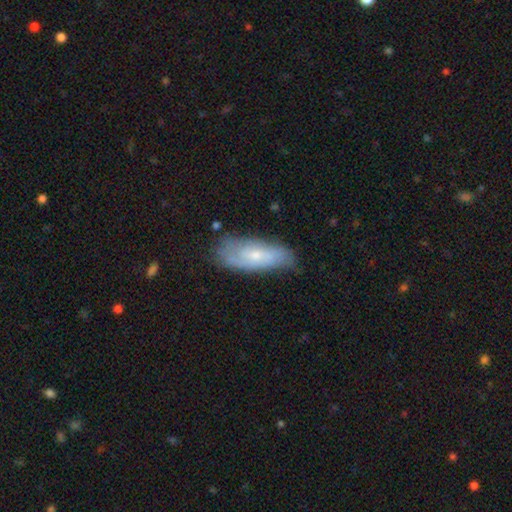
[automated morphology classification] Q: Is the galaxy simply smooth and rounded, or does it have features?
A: featured or disk — 49%.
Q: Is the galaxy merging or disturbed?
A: none — 66%.